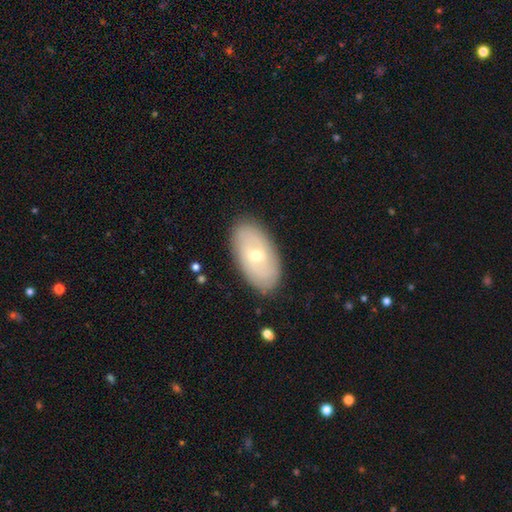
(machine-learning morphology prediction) A featured or disk galaxy (57%) with a weak bar (46%), spiral arms (58%) and a small central bulge (50%).

Vote fractions:
- Smooth or featured? featured or disk: 57% / smooth: 37% / star or artifact: 7%
- Edge-on disk? no: 91% / yes: 9%
- Bar? weak: 46% / no: 42% / strong: 12%
- Spiral arms? yes: 58% / no: 42%
- Bulge size? small: 50% / moderate: 46% / large: 2% / none: 1% / dominant: 1%
- Merging? none: 85% / minor disturbance: 11% / major disturbance: 3% / merger: 1%